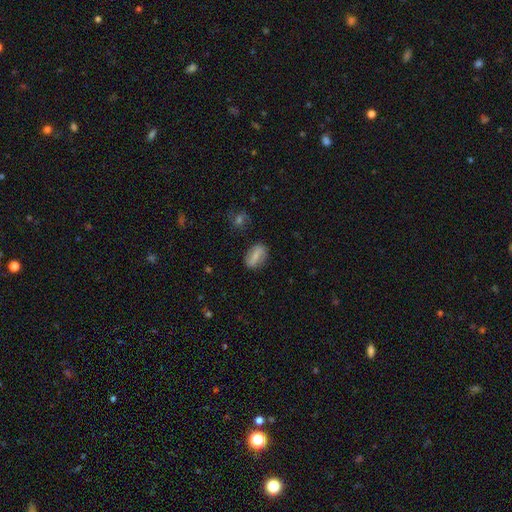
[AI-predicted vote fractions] smooth_or_featured: smooth (p=0.54) [alt: featured or disk p=0.38]
how_rounded: in between (p=0.81) [alt: round p=0.11]
merging: none (p=0.81) [alt: minor disturbance p=0.13]